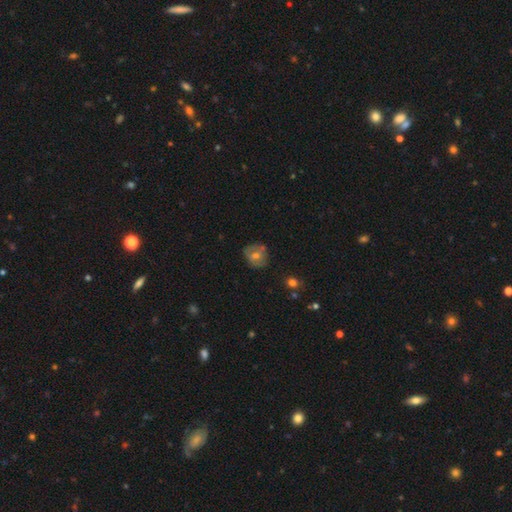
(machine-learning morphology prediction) Overall: smooth (56%; featured or disk 34%). How rounded: round (74%). Merging: none (70%).